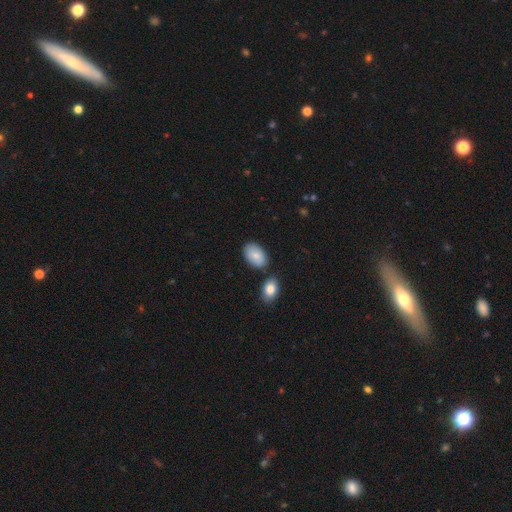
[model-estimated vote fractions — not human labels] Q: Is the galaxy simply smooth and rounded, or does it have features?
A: smooth — 84%.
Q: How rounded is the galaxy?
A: in between — 93%.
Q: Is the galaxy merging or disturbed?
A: none — 74%.